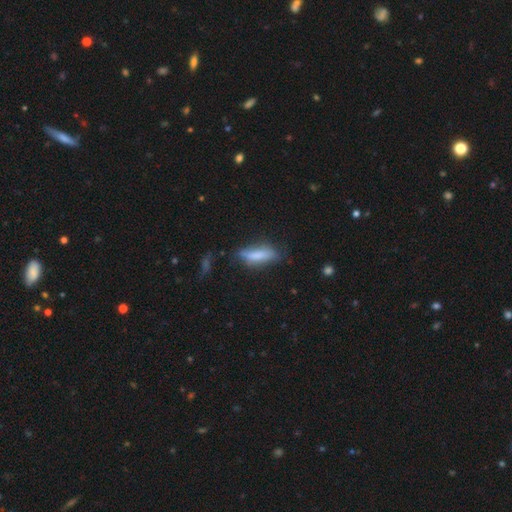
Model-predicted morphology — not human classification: type=smooth (69%); roundness=cigar-shaped (60%); merging=none (59%).